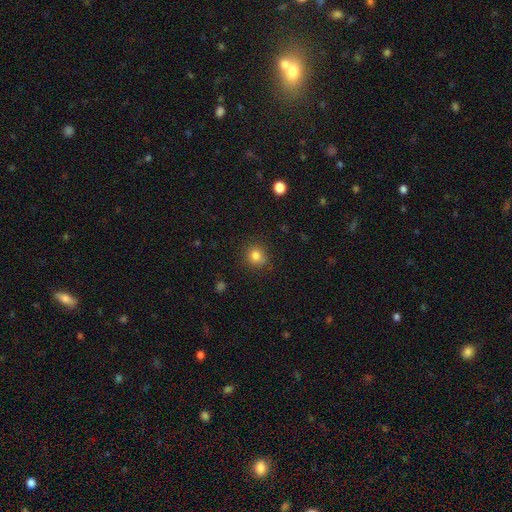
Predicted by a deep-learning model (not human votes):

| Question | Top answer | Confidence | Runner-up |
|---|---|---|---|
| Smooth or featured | smooth | 82% | star or artifact (12%) |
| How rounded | round | 85% | in between (14%) |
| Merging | none | 82% | minor disturbance (12%) |